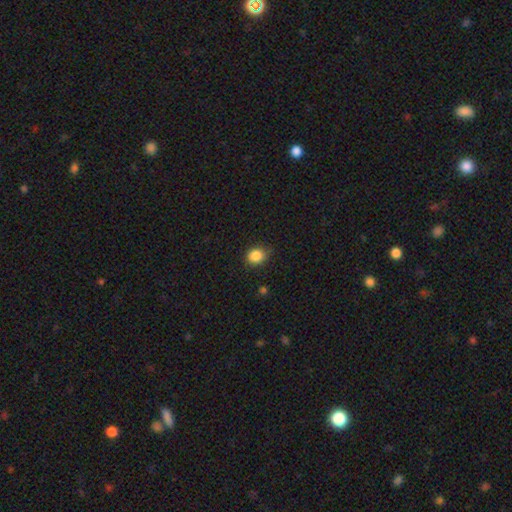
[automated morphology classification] smooth_or_featured: smooth (p=0.86) [alt: star or artifact p=0.10]
how_rounded: round (p=0.71) [alt: in between p=0.28]
merging: none (p=0.79) [alt: minor disturbance p=0.16]